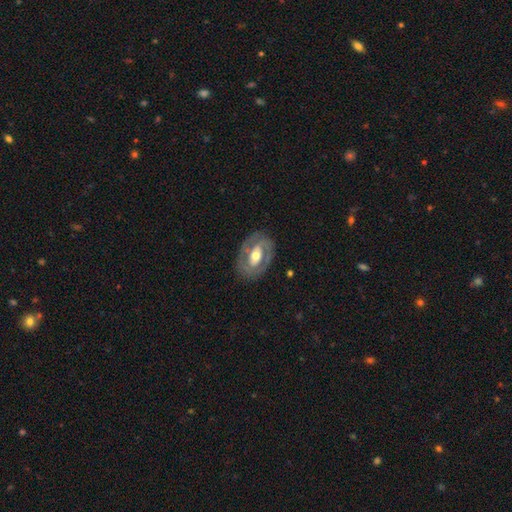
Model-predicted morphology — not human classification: A featured or disk galaxy (75%) with no bar (36%), spiral arms (64%) and a moderate central bulge (69%). Merging: none (80%).